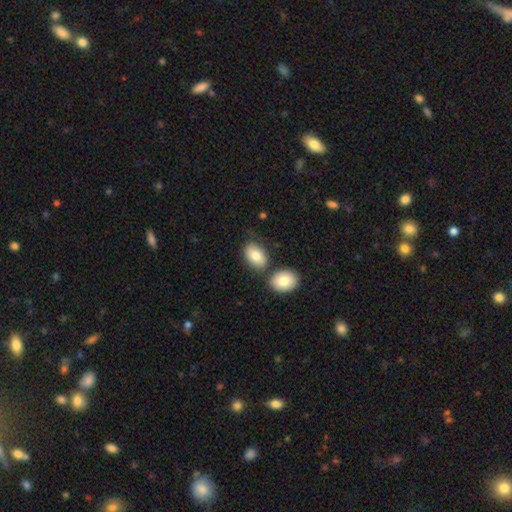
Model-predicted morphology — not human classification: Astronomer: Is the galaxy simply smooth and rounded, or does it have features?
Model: smooth — 82%.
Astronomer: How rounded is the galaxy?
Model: in between — 87%.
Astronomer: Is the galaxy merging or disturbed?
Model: none — 61%.